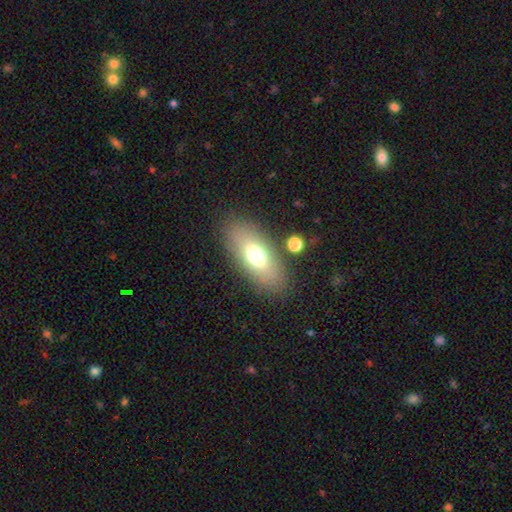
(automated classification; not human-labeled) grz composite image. It shows a smooth galaxy with no disk features (67%) that is in between round and cigar-shaped (83%). Merging: none (83%).